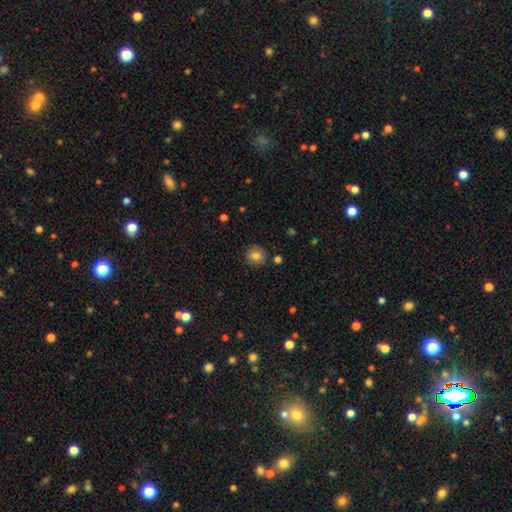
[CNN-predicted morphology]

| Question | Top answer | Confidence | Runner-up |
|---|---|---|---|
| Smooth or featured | smooth | 81% | star or artifact (10%) |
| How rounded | round | 89% | in between (10%) |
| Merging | none | 88% | minor disturbance (8%) |